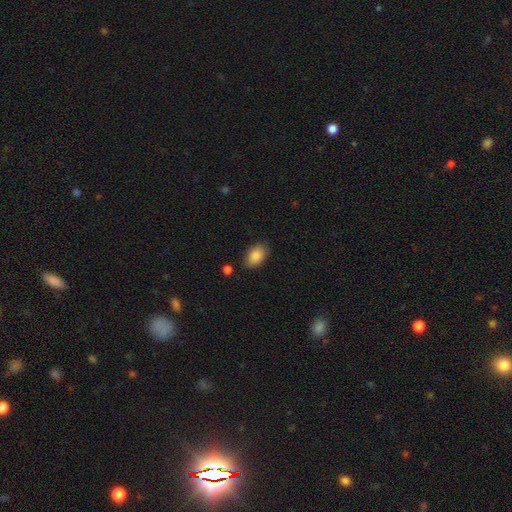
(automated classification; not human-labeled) Smooth or featured?
  - smooth: 88% *
  - star or artifact: 7%
  - featured or disk: 5%
How rounded?
  - in between: 89% *
  - round: 10%
  - cigar-shaped: 1%
Merging?
  - none: 82% *
  - minor disturbance: 13%
  - major disturbance: 3%
  - merger: 2%